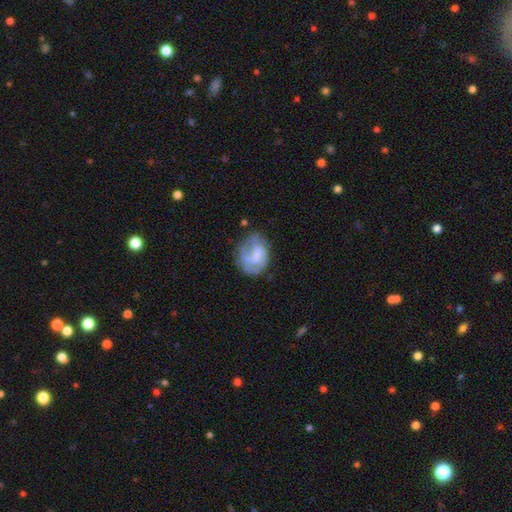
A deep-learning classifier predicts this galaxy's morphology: Smooth or featured?
  - featured or disk: 61% *
  - smooth: 32%
  - star or artifact: 7%
Edge-on disk?
  - no: 98% *
  - yes: 2%
Bar?
  - weak: 48% *
  - no: 40%
  - strong: 12%
Spiral arms?
  - yes: 74% *
  - no: 26%
Bulge size?
  - small: 41% *
  - none: 29%
  - moderate: 26%
  - large: 4%
  - dominant: 1%
Merging?
  - none: 52% *
  - minor disturbance: 27%
  - major disturbance: 18%
  - merger: 3%